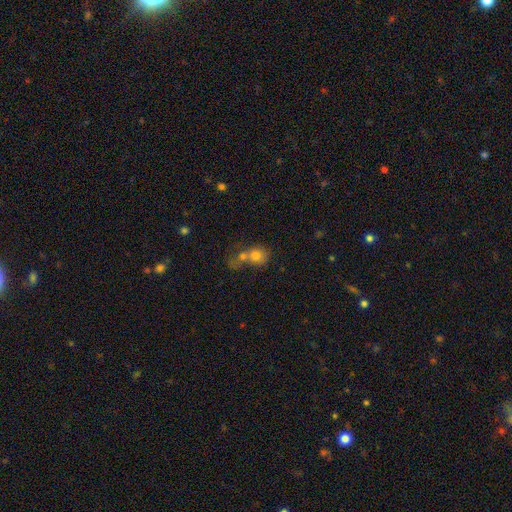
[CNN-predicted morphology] Smooth or featured?
  - smooth: 71% *
  - featured or disk: 18%
  - star or artifact: 11%
How rounded?
  - round: 66% *
  - in between: 33%
  - cigar-shaped: 2%
Merging?
  - merger: 64% *
  - none: 20%
  - major disturbance: 8%
  - minor disturbance: 8%